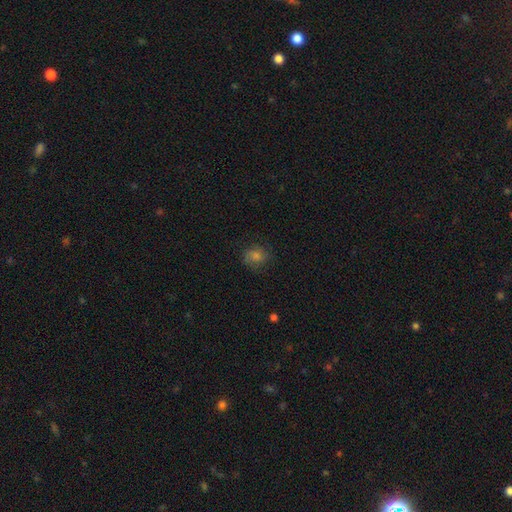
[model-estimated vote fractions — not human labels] The model was most divided on "smooth or featured": smooth: 51%, featured or disk: 29%, star or artifact: 21%. More confident: merging — none (75%); how rounded — round (71%).